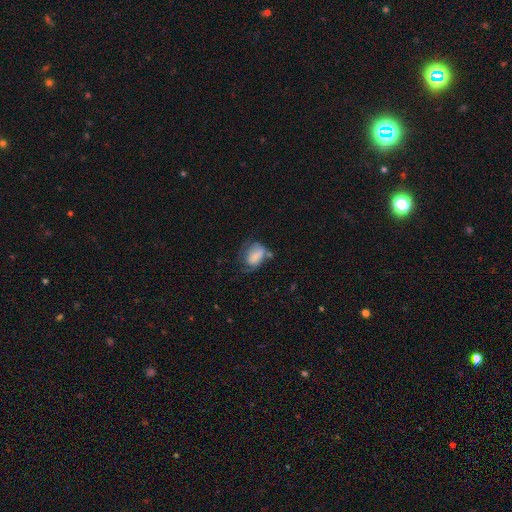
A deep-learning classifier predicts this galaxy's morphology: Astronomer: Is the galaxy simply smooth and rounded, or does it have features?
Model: smooth — 68%.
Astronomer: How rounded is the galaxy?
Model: in between — 82%.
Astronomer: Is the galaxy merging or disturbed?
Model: major disturbance — 31% (runner-up: minor disturbance, 30%).